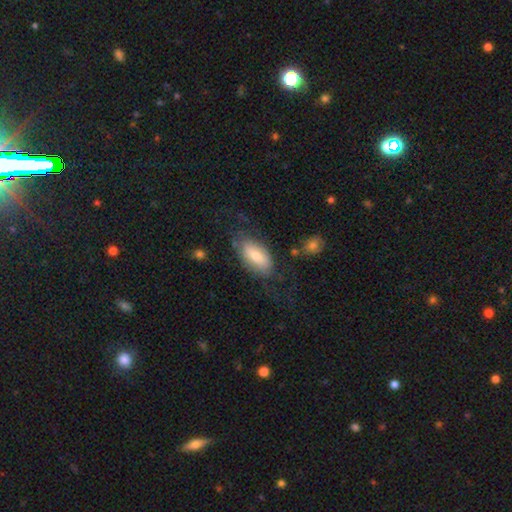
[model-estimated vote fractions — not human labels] Smooth or featured? Predicted: smooth (p=0.62). How rounded? Predicted: in between (p=0.89). Merging? Predicted: none (p=0.62).